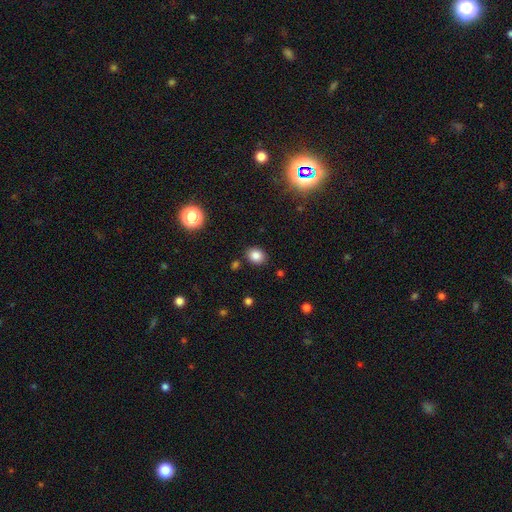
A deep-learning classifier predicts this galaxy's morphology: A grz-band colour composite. It shows a smooth galaxy with no disk features (83%) that is round (50%). Merging: none (86%).